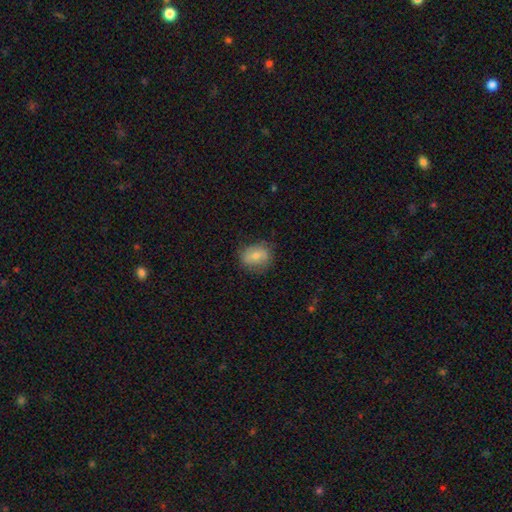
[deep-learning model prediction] A smooth galaxy with no disk features (73%) that is round (50%). Merging: none (74%).